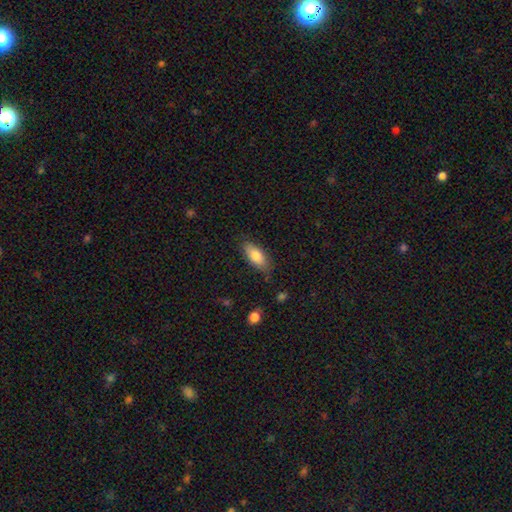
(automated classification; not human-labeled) Q: Smooth or featured?
A: smooth (81%); runner-up: featured or disk (13%)
Q: How rounded?
A: in between (84%); runner-up: cigar-shaped (13%)
Q: Merging?
A: none (77%); runner-up: minor disturbance (18%)